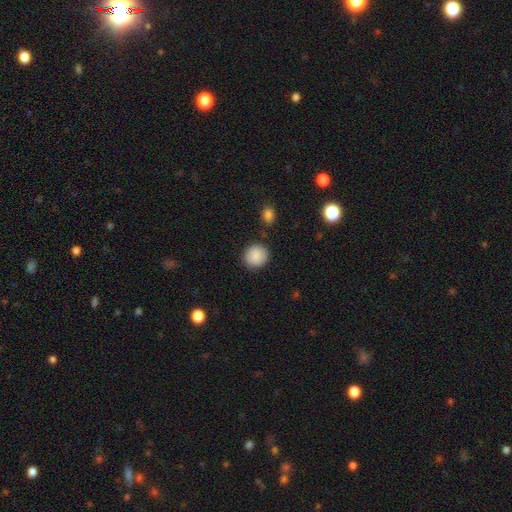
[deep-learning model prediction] A smooth galaxy with no disk features (88%) that is round (86%). Merging: none (87%).